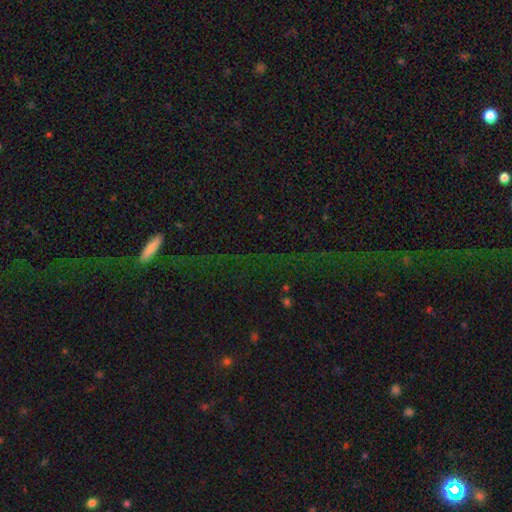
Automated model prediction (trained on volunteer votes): A star or artifact, not a galaxy (69%).